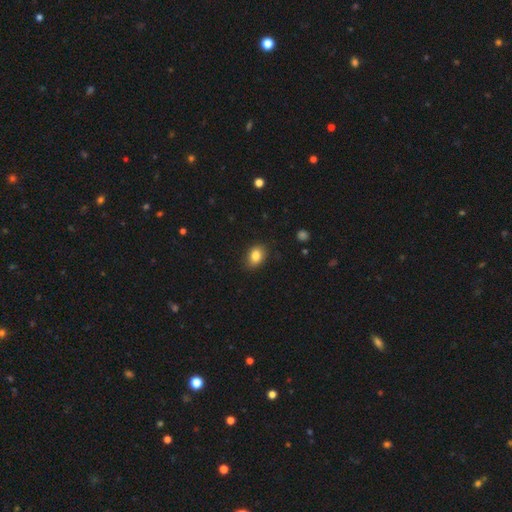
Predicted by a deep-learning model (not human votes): This is clearly a smooth galaxy (84%). How rounded: likely in between (69%). Merging: clearly none (83%).